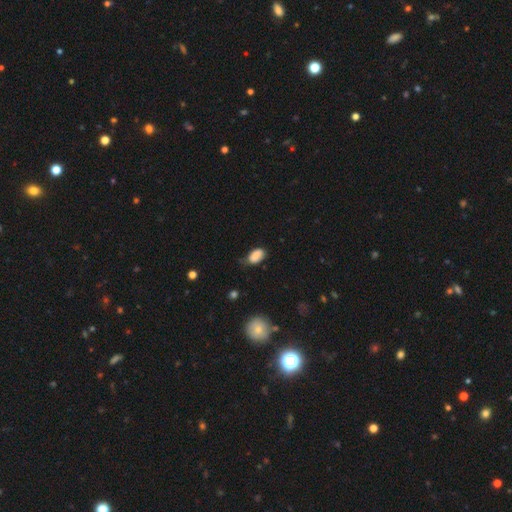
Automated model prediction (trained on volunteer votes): Morphology: type=smooth (85%); roundness=in between (92%); merging=none (52%).